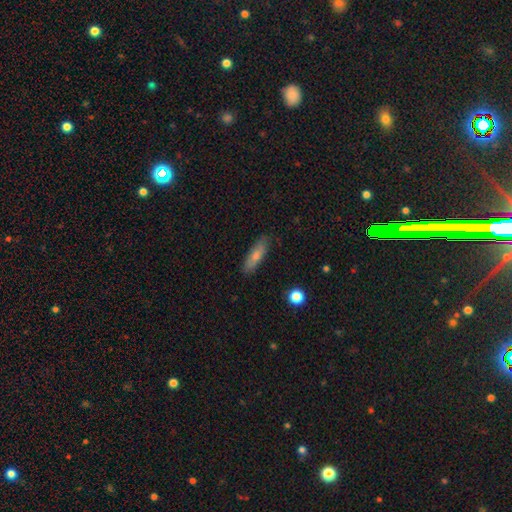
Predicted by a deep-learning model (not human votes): A smooth galaxy with no disk features (76%) that is cigar-shaped (60%).

Vote fractions:
- Smooth or featured? smooth: 76% / featured or disk: 18% / star or artifact: 7%
- How rounded? cigar-shaped: 60% / in between: 38% / round: 2%
- Merging? none: 83% / minor disturbance: 13% / major disturbance: 3% / merger: 1%